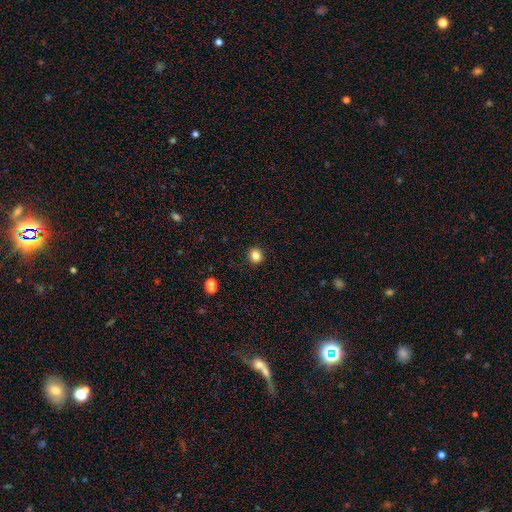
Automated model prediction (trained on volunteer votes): smooth-or-featured: smooth: 84% | star or artifact: 12% | featured or disk: 5%
  how-rounded: round: 77% | in between: 22% | cigar-shaped: 1%
  merging: none: 91% | minor disturbance: 6% | major disturbance: 2% | merger: 1%